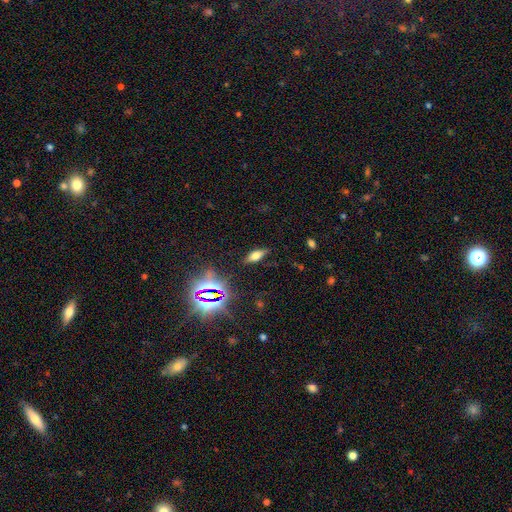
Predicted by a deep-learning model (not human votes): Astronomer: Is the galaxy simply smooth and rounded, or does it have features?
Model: smooth — 47% (runner-up: featured or disk, 30%).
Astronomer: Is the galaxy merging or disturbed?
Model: none — 86%.